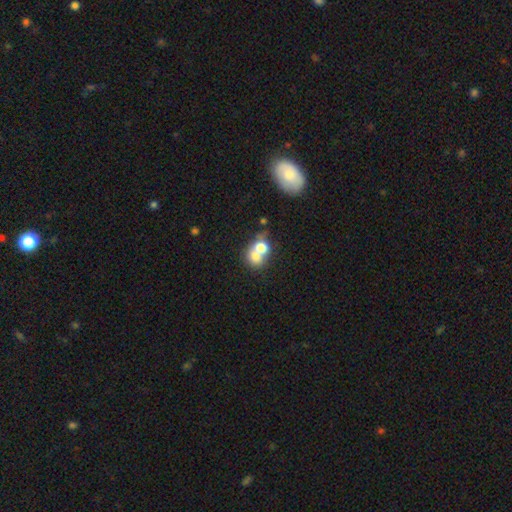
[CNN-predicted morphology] type=smooth (69%); roundness=round (61%); merging=merger (68%).